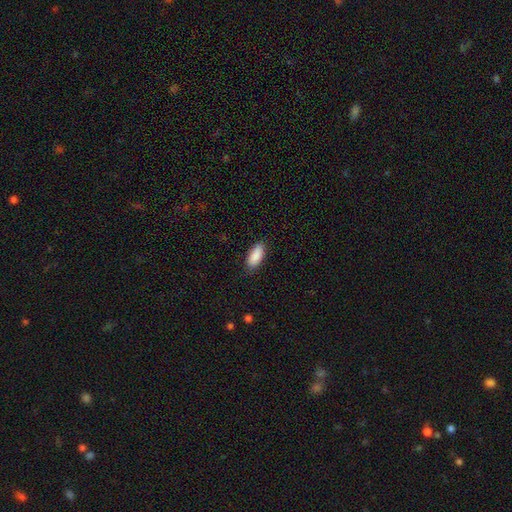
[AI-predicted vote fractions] A smooth galaxy with no disk features (90%) that is in between round and cigar-shaped (82%).

Vote fractions:
- Smooth or featured? smooth: 90% / star or artifact: 6% / featured or disk: 4%
- How rounded? in between: 82% / cigar-shaped: 16% / round: 2%
- Merging? none: 85% / minor disturbance: 12% / major disturbance: 2% / merger: 1%